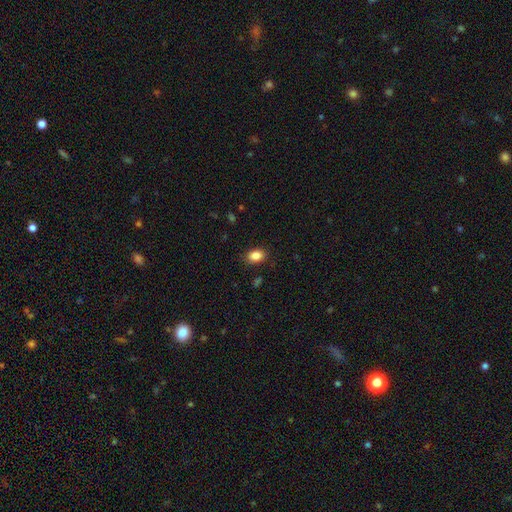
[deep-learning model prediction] The model was most divided on "how rounded": in between: 78%, round: 21%, cigar-shaped: 1%. More confident: merging — none (87%); smooth or featured — smooth (86%).